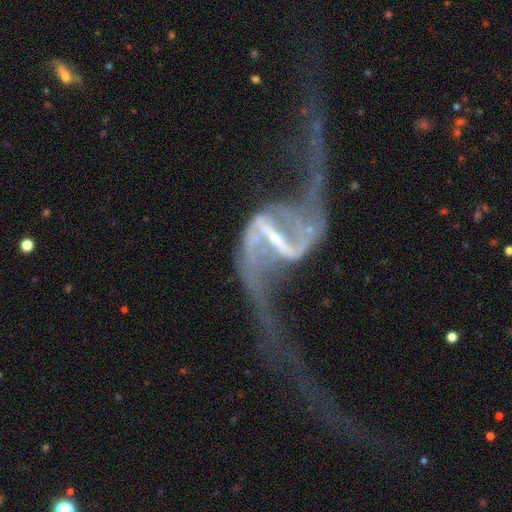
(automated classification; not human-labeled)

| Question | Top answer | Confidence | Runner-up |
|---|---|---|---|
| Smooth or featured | featured or disk | 93% | star or artifact (5%) |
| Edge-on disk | no | 96% | yes (4%) |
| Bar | strong | 68% | weak (24%) |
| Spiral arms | yes | 96% | no (4%) |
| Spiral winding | loose | 87% | medium (9%) |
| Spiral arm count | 2 | 94% | 1 (2%) |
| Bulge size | small | 73% | moderate (18%) |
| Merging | none | 43% | major disturbance (33%) |